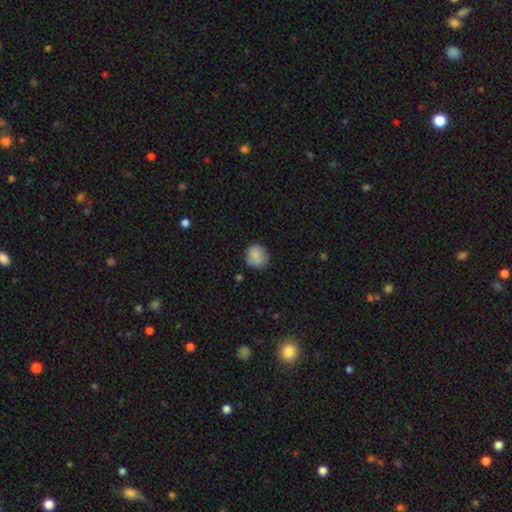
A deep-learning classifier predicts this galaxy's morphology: A smooth galaxy with no disk features (85%) that is round (83%). Merging: none (79%).